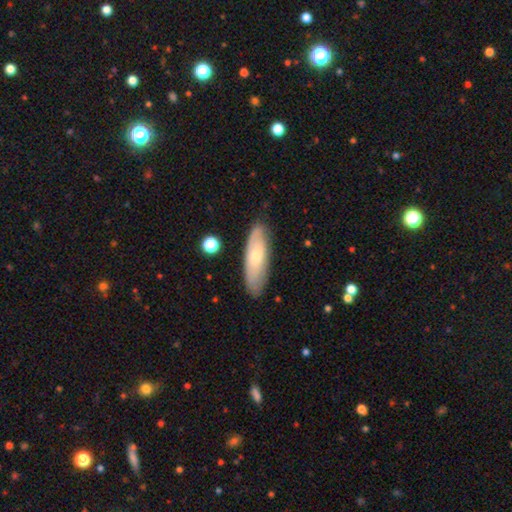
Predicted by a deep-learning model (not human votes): smooth-or-featured: smooth: 56% | featured or disk: 38% | star or artifact: 6%
  how-rounded: in between: 52% | cigar-shaped: 46% | round: 2%
  merging: none: 81% | minor disturbance: 14% | major disturbance: 3% | merger: 2%